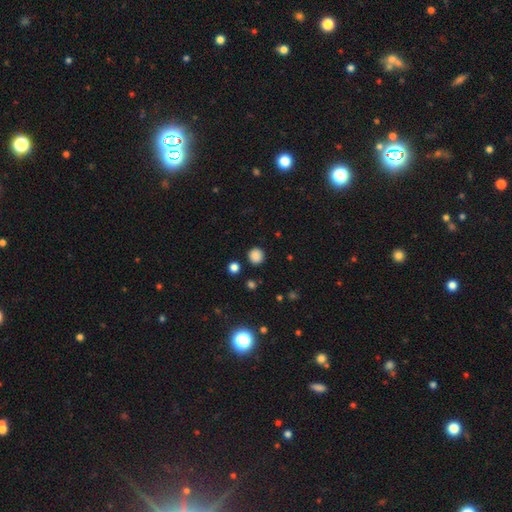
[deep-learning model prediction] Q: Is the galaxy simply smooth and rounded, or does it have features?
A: smooth — 84%.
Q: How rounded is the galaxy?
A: round — 91%.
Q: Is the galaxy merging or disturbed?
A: none — 88%.